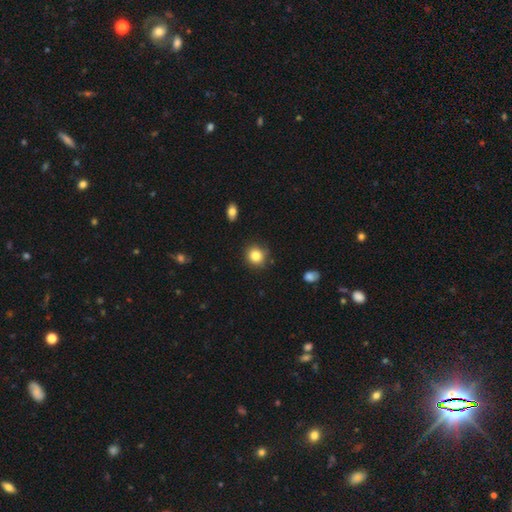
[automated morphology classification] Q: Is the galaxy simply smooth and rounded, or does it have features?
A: smooth — 83%.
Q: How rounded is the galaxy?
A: round — 85%.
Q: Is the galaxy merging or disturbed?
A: none — 84%.